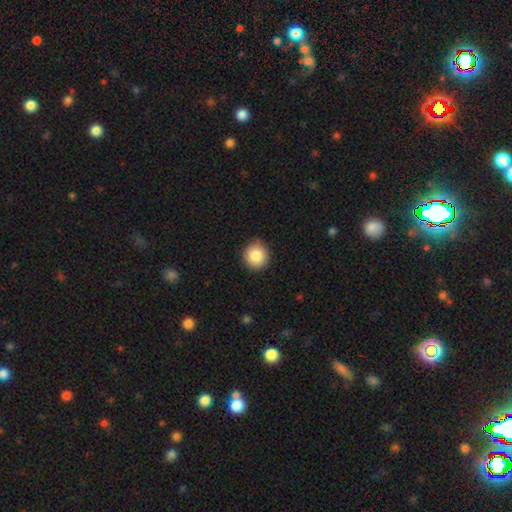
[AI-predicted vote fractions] The model was most divided on "smooth or featured": smooth: 86%, star or artifact: 9%, featured or disk: 5%. More confident: how rounded — round (93%); merging — none (89%).